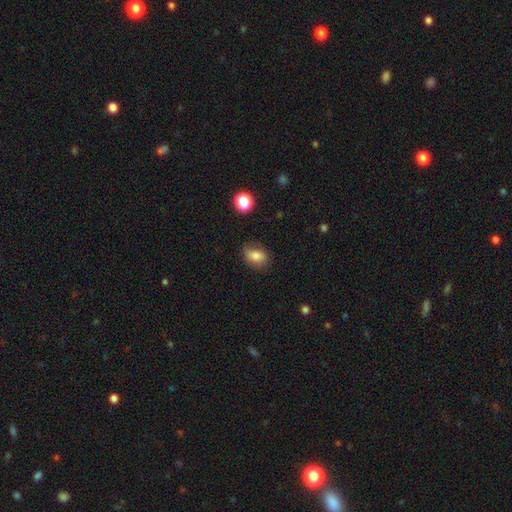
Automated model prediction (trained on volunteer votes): smooth 78%, featured or disk 12%, star or artifact 10%. Down the decision tree: how rounded — in between (71%); merging — none (68%).